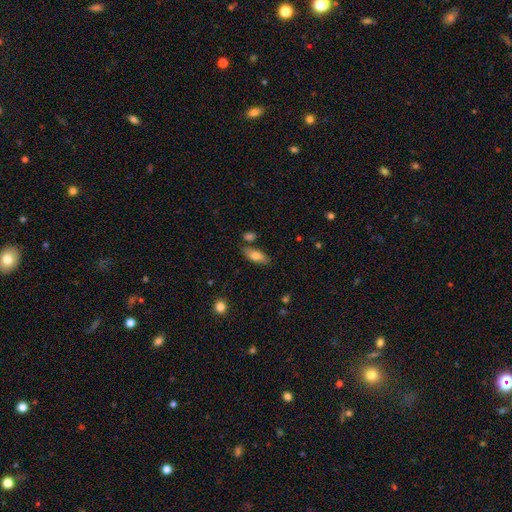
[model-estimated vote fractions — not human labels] smooth-or-featured: smooth: 74% | featured or disk: 19% | star or artifact: 7%
  how-rounded: in between: 80% | cigar-shaped: 17% | round: 3%
  merging: none: 75% | minor disturbance: 14% | merger: 8% | major disturbance: 3%